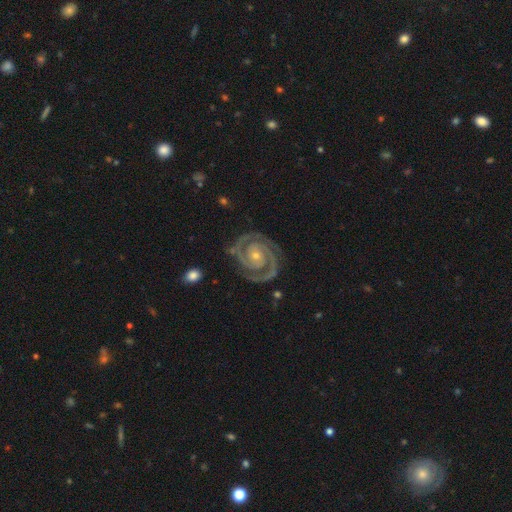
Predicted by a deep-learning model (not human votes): Smooth or featured?
  - featured or disk: 94% *
  - star or artifact: 4%
  - smooth: 2%
Edge-on disk?
  - no: 98% *
  - yes: 2%
Bar?
  - no: 70% *
  - weak: 19%
  - strong: 11%
Spiral arms?
  - yes: 99% *
  - no: 1%
Spiral winding?
  - tight: 75% *
  - medium: 23%
  - loose: 2%
Spiral arm count?
  - 2: 90% *
  - 3: 5%
  - can't tell: 2%
  - 4: 1%
  - 1: 1%
  - more than 4: 1%
Bulge size?
  - small: 67% *
  - moderate: 29%
  - none: 2%
  - large: 1%
  - dominant: 1%
Merging?
  - none: 83% *
  - minor disturbance: 12%
  - major disturbance: 3%
  - merger: 2%